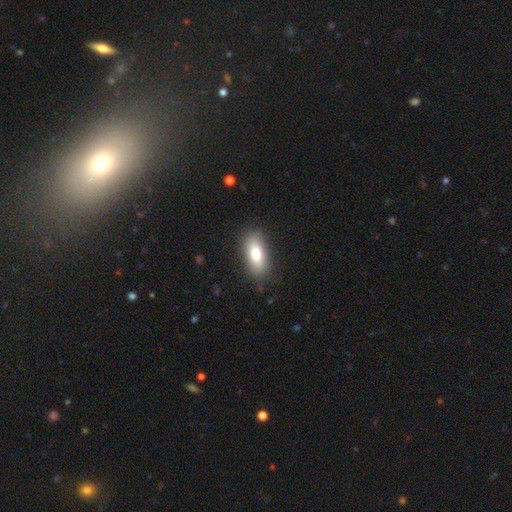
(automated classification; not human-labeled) smooth_or_featured: smooth (p=0.79) [alt: featured or disk p=0.14]
how_rounded: in between (p=0.85) [alt: cigar-shaped p=0.12]
merging: none (p=0.83) [alt: minor disturbance p=0.12]